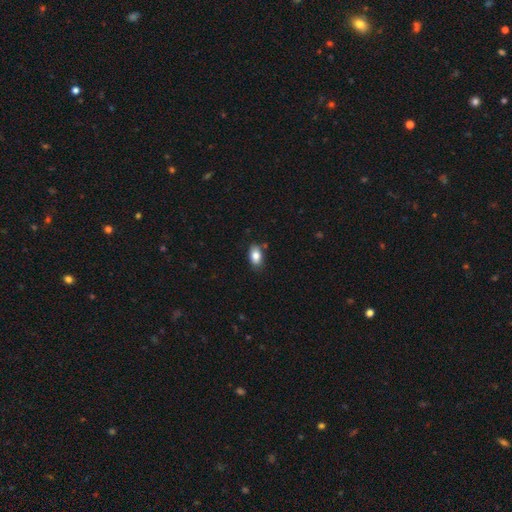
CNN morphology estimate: Smooth or featured: smooth — 84% (featured or disk — 8%)
How rounded: in between — 90% (round — 8%)
Merging: none — 80% (minor disturbance — 15%)